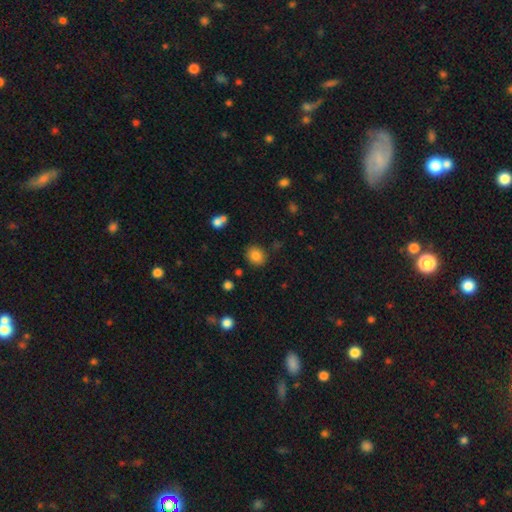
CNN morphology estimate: smooth 83%, star or artifact 11%, featured or disk 6%. Down the decision tree: how rounded — round (68%); merging — none (86%).